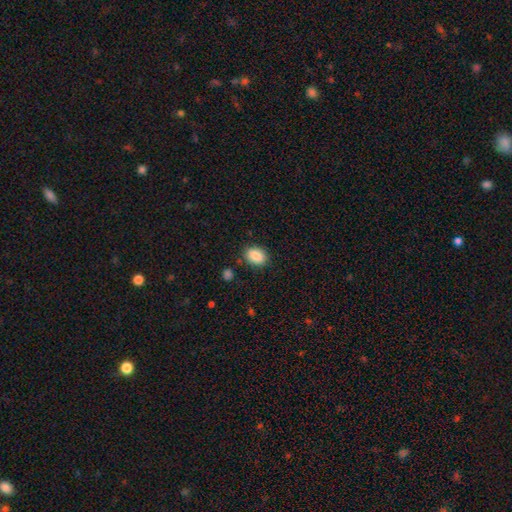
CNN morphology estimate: Smooth or featured: smooth — 88% (star or artifact — 8%)
How rounded: in between — 76% (round — 23%)
Merging: none — 84% (minor disturbance — 11%)